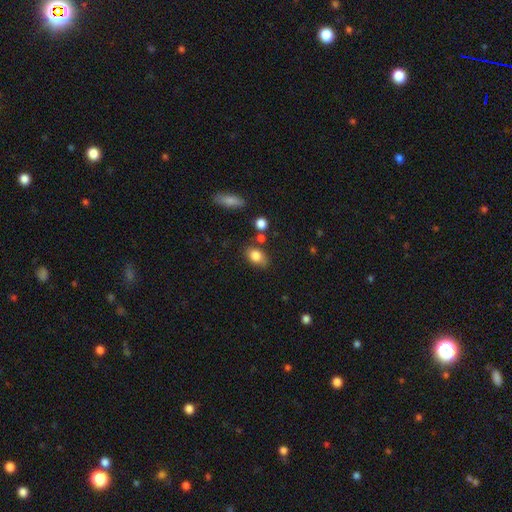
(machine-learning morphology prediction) A smooth galaxy with no disk features (82%) that is in between round and cigar-shaped (79%). Merging: none (71%).